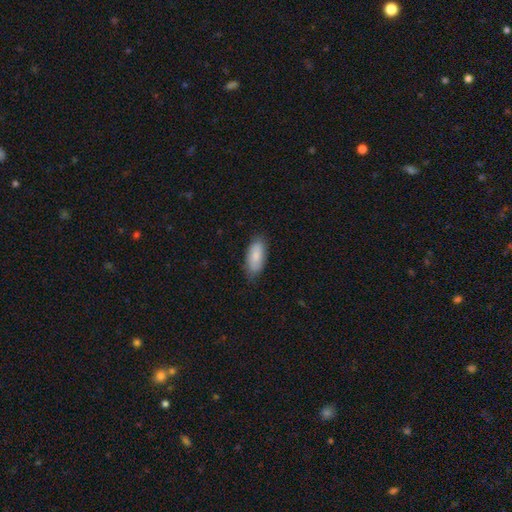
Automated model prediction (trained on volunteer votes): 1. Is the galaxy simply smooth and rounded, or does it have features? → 84% smooth, 10% featured or disk, 6% star or artifact.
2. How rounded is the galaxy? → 87% in between, 11% cigar-shaped, 2% round.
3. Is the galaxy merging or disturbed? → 79% none, 17% minor disturbance, 3% major disturbance, 1% merger.